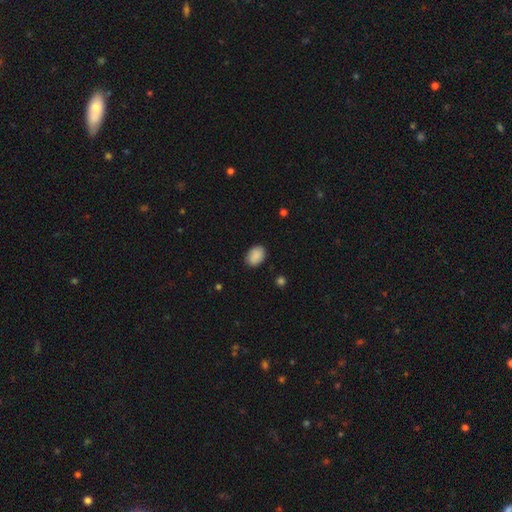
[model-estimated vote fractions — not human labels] Smooth or featured? Predicted: smooth (p=0.88). How rounded? Predicted: in between (p=0.78). Merging? Predicted: none (p=0.85).